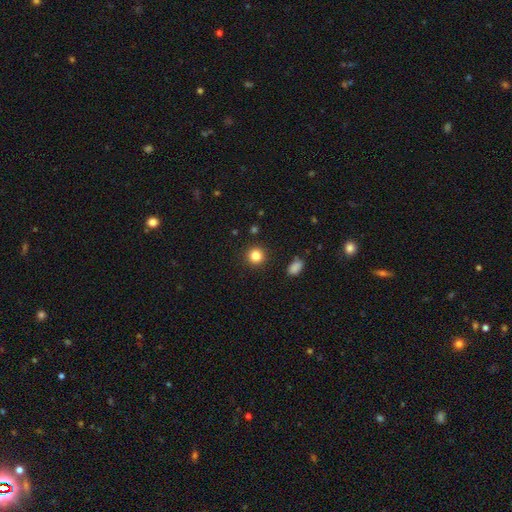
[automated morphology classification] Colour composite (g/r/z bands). It shows a smooth galaxy with no disk features (85%) that is round (92%). Merging: none (91%).